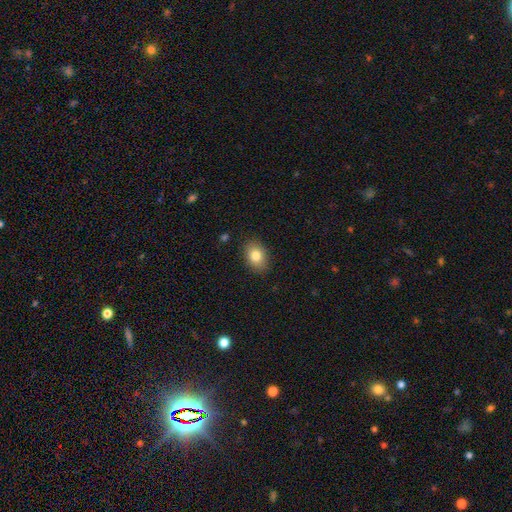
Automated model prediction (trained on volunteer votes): Overall: smooth (82%). How rounded: in between (76%). Merging: none (87%).